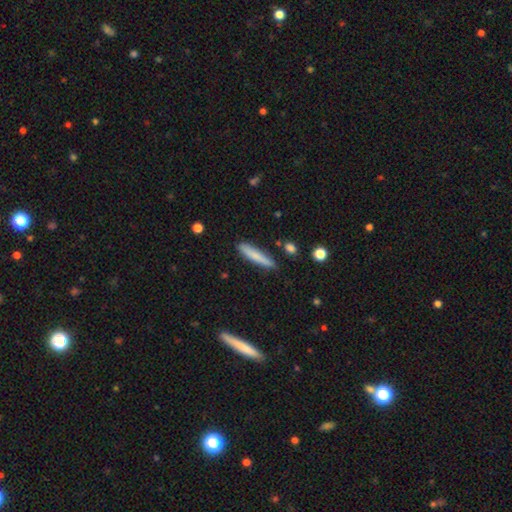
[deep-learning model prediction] Morphology: type=smooth (74%); roundness=cigar-shaped (89%); merging=none (85%).